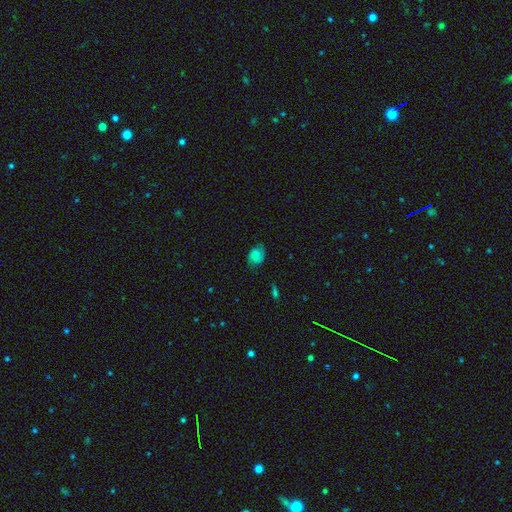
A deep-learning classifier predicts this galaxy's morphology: smooth_or_featured: smooth (p=0.63) [alt: featured or disk p=0.25]
how_rounded: in between (p=0.65) [alt: round p=0.34]
merging: none (p=0.66) [alt: minor disturbance p=0.24]